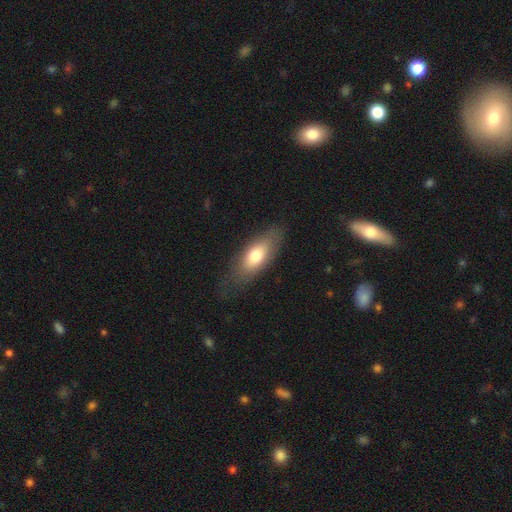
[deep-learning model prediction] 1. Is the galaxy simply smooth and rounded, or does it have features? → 71% smooth, 23% featured or disk, 7% star or artifact.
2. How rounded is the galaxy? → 77% in between, 19% cigar-shaped, 3% round.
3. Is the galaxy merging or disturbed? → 74% none, 18% minor disturbance, 7% major disturbance, 1% merger.